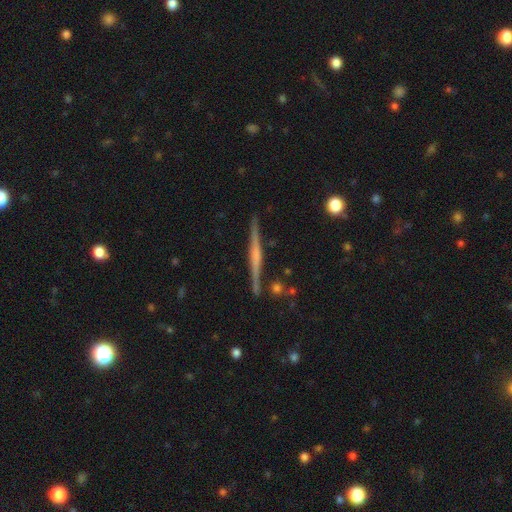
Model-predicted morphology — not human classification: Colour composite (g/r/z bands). It shows a featured or disk galaxy (76%) viewed edge-on (98%) with a rounded central bulge (48%). Merging: none (89%).